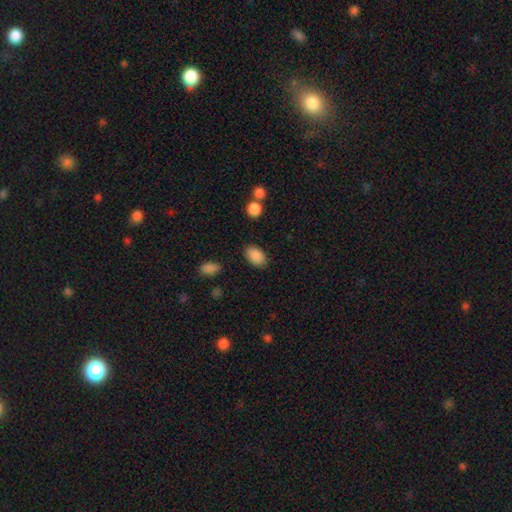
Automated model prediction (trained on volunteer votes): This appears to be a smooth galaxy with no disk features (88%) that is in between round and cigar-shaped (88%). Merging: none (84%).